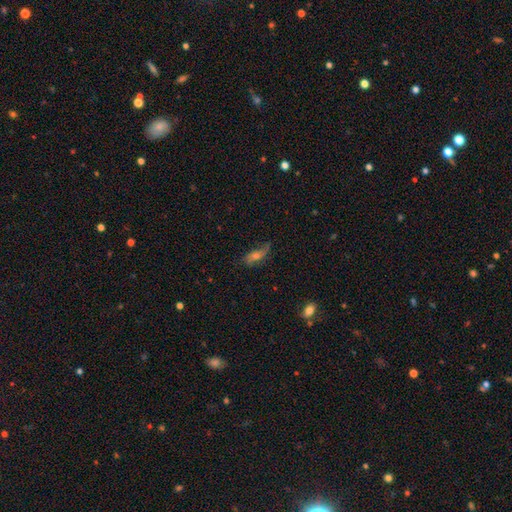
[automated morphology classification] This is possibly a featured or disk galaxy (56%). It is clearly not viewed edge-on (82%). Merging: likely none (62%).